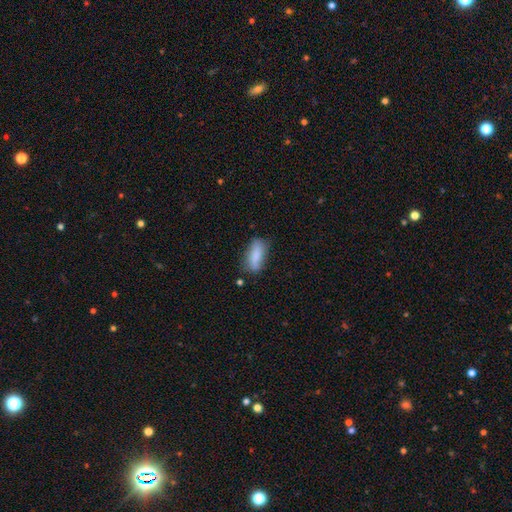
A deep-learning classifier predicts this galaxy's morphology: The model was most divided on "merging": none: 64%, minor disturbance: 26%, major disturbance: 7%, merger: 3%. More confident: smooth or featured — smooth (82%); how rounded — in between (73%).